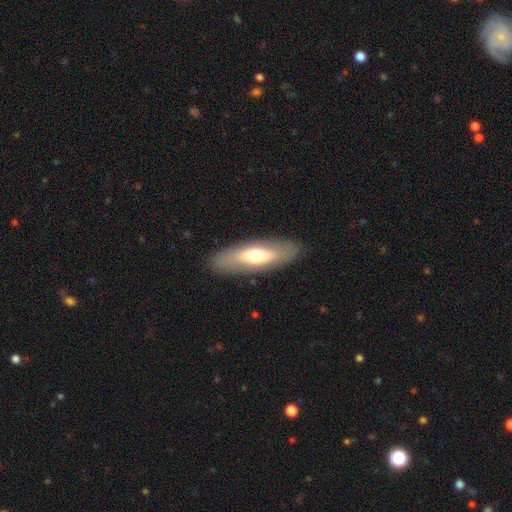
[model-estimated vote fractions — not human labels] smooth 55%, featured or disk 39%, star or artifact 6%. Down the decision tree: how rounded — in between (54%); merging — none (86%).